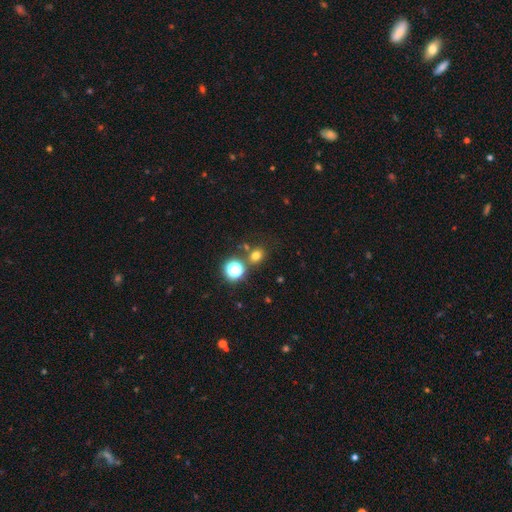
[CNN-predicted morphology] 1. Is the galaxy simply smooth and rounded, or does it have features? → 69% smooth, 24% star or artifact, 7% featured or disk.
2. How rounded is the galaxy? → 71% round, 28% in between, 1% cigar-shaped.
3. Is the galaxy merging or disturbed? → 74% none, 12% merger, 10% minor disturbance, 4% major disturbance.